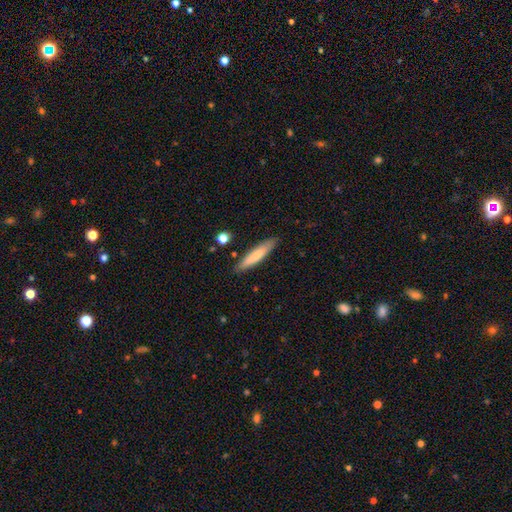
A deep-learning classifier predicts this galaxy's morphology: smooth 73%, featured or disk 21%, star or artifact 6%. Down the decision tree: how rounded — cigar-shaped (85%); merging — none (87%).